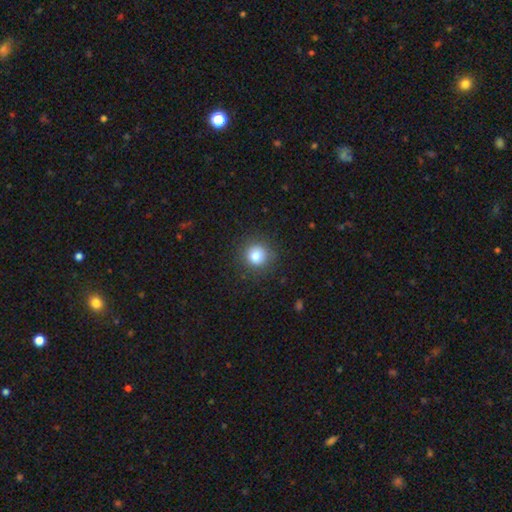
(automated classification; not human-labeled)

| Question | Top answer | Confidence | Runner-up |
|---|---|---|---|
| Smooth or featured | smooth | 83% | star or artifact (11%) |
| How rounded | round | 93% | in between (6%) |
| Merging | none | 87% | minor disturbance (9%) |